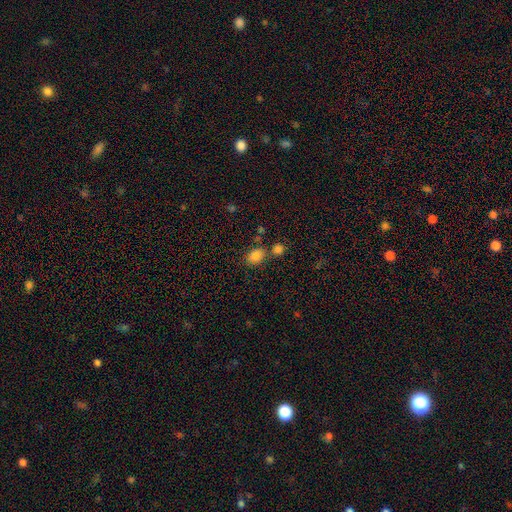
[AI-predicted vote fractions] The model was most divided on "how rounded": in between: 69%, round: 30%, cigar-shaped: 1%. More confident: smooth or featured — smooth (84%); merging — none (62%).